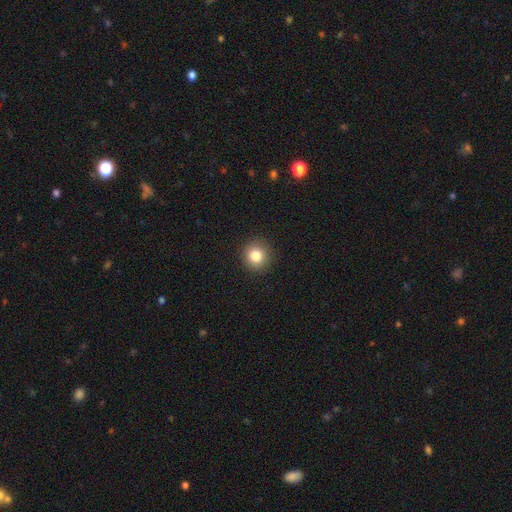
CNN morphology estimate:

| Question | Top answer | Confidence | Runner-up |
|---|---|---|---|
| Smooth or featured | smooth | 83% | star or artifact (11%) |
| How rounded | round | 91% | in between (8%) |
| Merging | none | 92% | minor disturbance (5%) |